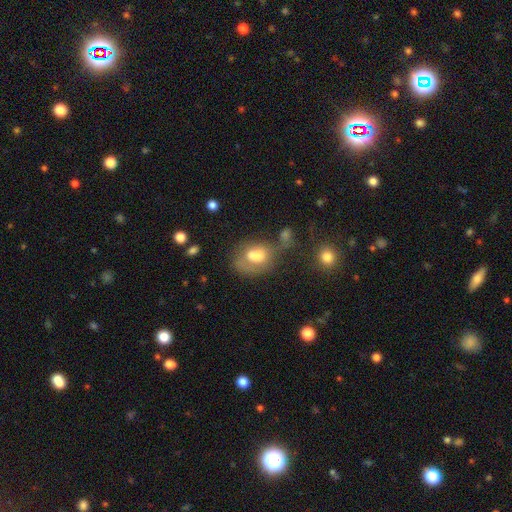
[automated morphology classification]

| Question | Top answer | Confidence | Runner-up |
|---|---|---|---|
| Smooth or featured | smooth | 60% | featured or disk (29%) |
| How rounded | in between | 70% | round (29%) |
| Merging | merger | 35% | none (27%) |